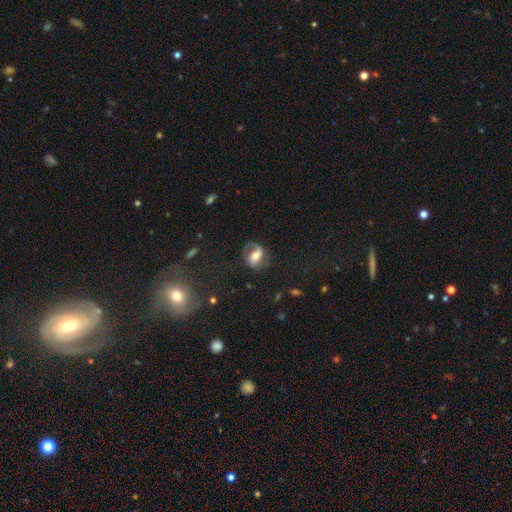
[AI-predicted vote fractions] Q: Smooth or featured?
A: featured or disk (70%); runner-up: smooth (22%)
Q: Edge-on disk?
A: no (96%); runner-up: yes (4%)
Q: Bar?
A: weak (37%); runner-up: strong (35%)
Q: Spiral arms?
A: yes (88%); runner-up: no (12%)
Q: Spiral winding?
A: medium (43%); runner-up: loose (37%)
Q: Spiral arm count?
A: 2 (72%); runner-up: 1 (20%)
Q: Bulge size?
A: moderate (65%); runner-up: small (19%)
Q: Merging?
A: none (65%); runner-up: minor disturbance (18%)